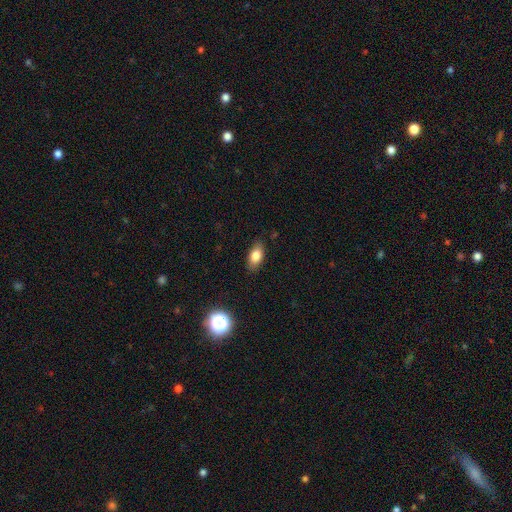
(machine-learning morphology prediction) The model was most divided on "smooth or featured": smooth: 80%, featured or disk: 11%, star or artifact: 9%. More confident: how rounded — in between (88%); merging — none (85%).